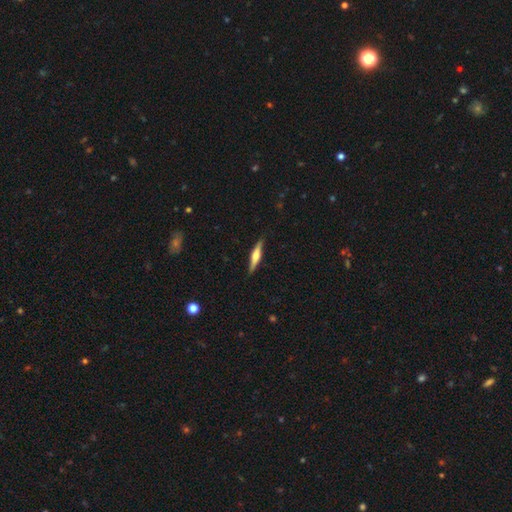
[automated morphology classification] Smooth or featured? Predicted: featured or disk (p=0.61). Edge-on disk? Predicted: yes (p=0.97). Edge-on bulge? Predicted: rounded (p=0.86). Merging? Predicted: none (p=0.88).